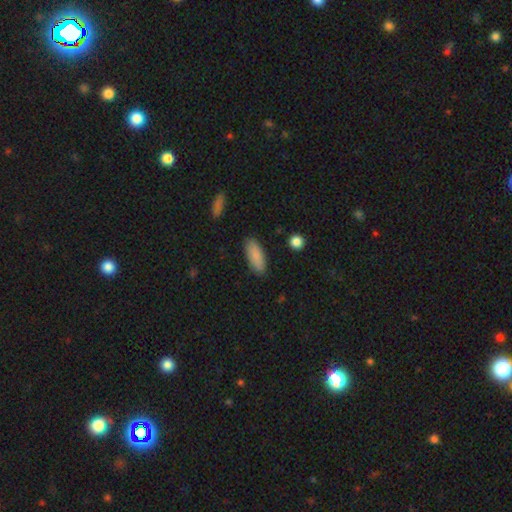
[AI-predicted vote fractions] Morphology: type=smooth (87%); roundness=in between (76%); merging=none (87%).